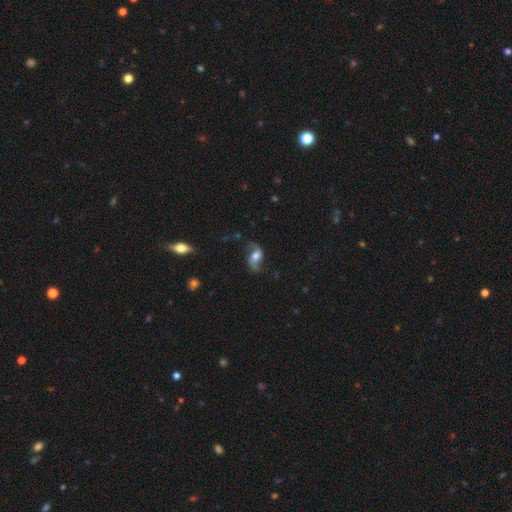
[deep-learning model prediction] Smooth or featured: featured or disk — 75% (smooth — 17%)
Edge-on disk: no — 96% (yes — 4%)
Bar: no — 48% (weak — 38%)
Spiral arms: yes — 93% (no — 7%)
Spiral winding: loose — 75% (medium — 20%)
Spiral arm count: 2 — 91% (1 — 3%)
Bulge size: moderate — 53% (large — 27%)
Merging: none — 69% (minor disturbance — 18%)